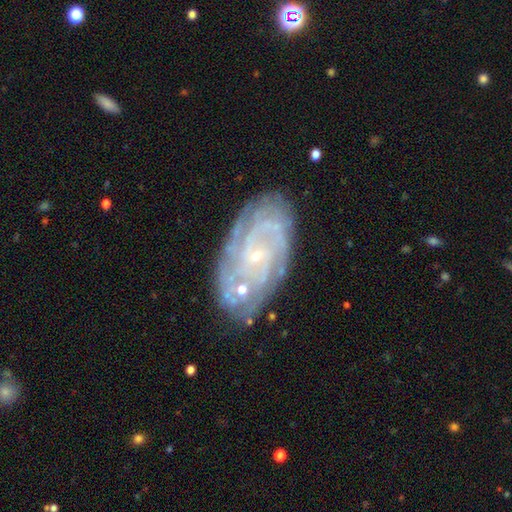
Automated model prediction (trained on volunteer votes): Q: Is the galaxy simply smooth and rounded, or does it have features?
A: featured or disk — 85%.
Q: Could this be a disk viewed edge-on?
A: no — 96%.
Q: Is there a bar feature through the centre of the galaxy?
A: no — 71%.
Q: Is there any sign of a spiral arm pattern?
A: yes — 96%.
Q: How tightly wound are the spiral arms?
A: tight — 73%.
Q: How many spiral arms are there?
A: can't tell — 26%.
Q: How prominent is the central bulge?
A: small — 85%.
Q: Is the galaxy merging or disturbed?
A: none — 76%.